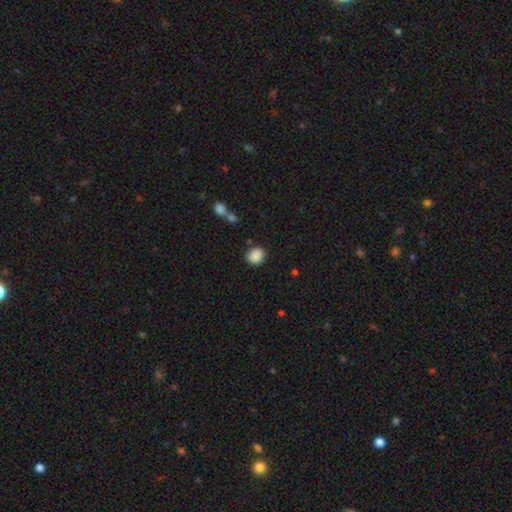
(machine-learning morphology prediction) Smooth or featured?
  - smooth: 89% *
  - star or artifact: 8%
  - featured or disk: 3%
How rounded?
  - round: 65% *
  - in between: 34%
  - cigar-shaped: 1%
Merging?
  - none: 81% *
  - minor disturbance: 12%
  - merger: 4%
  - major disturbance: 3%